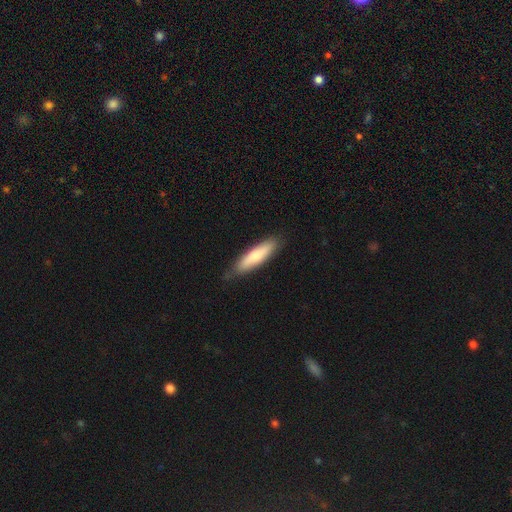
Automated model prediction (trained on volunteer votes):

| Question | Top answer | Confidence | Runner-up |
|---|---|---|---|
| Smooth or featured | smooth | 75% | featured or disk (20%) |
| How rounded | cigar-shaped | 73% | in between (25%) |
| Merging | none | 79% | minor disturbance (17%) |